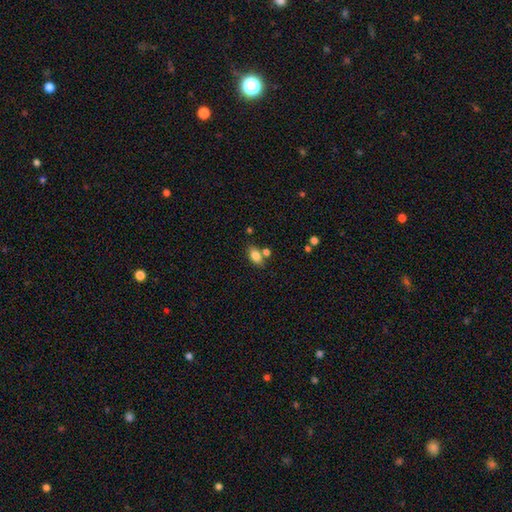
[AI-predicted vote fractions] Smooth or featured? smooth (83%)
How rounded? in between (88%)
Merging? none (65%)